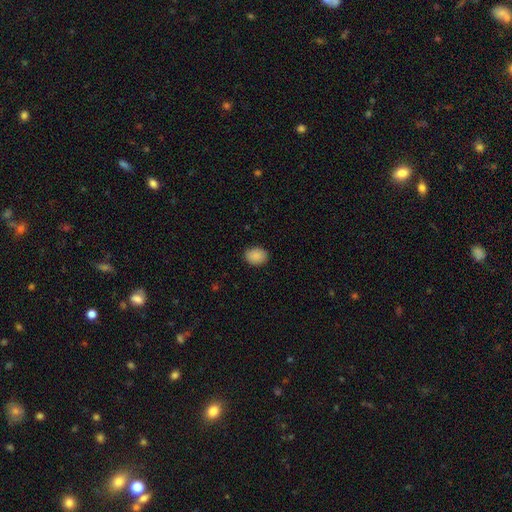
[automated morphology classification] smooth_or_featured: smooth (p=0.90) [alt: star or artifact p=0.08]
how_rounded: in between (p=0.66) [alt: round p=0.33]
merging: none (p=0.87) [alt: minor disturbance p=0.09]